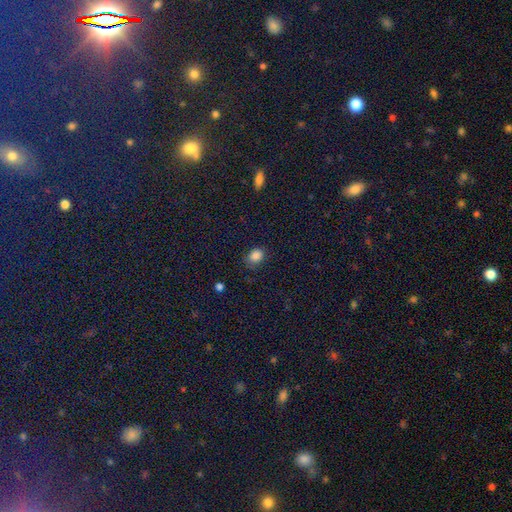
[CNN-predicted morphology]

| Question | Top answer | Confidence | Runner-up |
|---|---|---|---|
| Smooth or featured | smooth | 84% | star or artifact (11%) |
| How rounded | in between | 58% | round (40%) |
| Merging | none | 71% | minor disturbance (21%) |